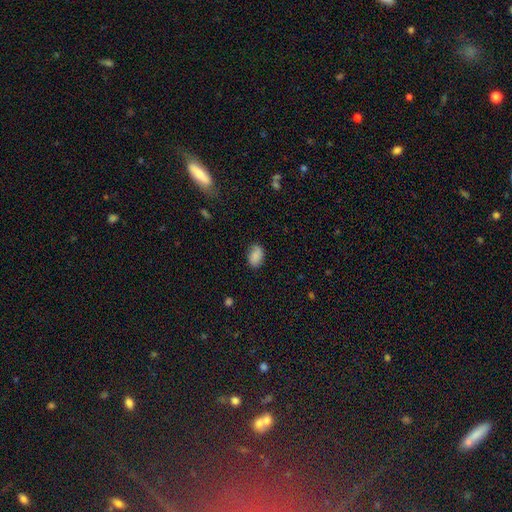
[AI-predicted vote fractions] Smooth or featured: smooth — 86% (star or artifact — 8%)
How rounded: in between — 89% (round — 10%)
Merging: none — 79% (minor disturbance — 16%)